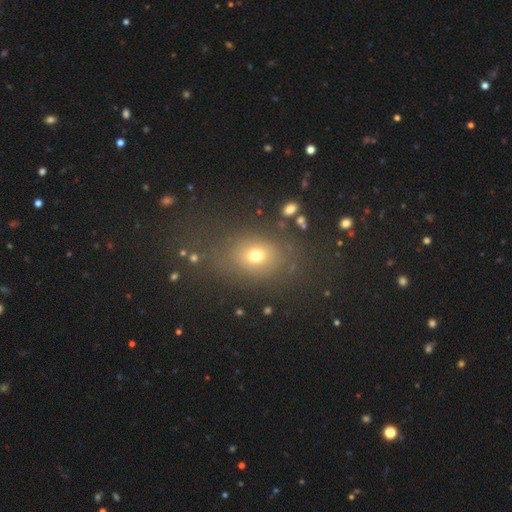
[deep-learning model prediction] Smooth or featured?
  - smooth: 70% *
  - star or artifact: 19%
  - featured or disk: 11%
How rounded?
  - in between: 55% *
  - round: 43%
  - cigar-shaped: 2%
Merging?
  - none: 71% *
  - minor disturbance: 13%
  - major disturbance: 9%
  - merger: 6%